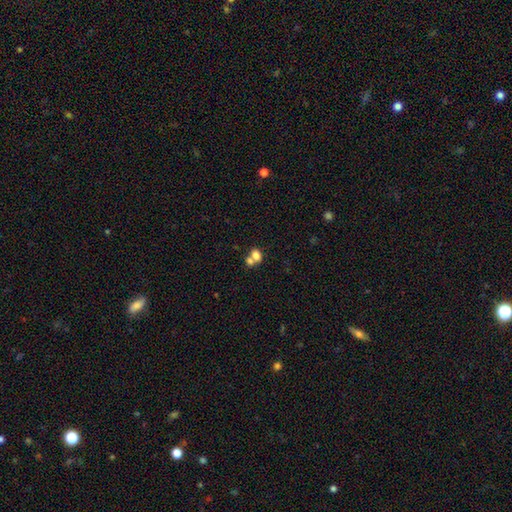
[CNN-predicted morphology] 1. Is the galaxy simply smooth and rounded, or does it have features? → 75% smooth, 14% featured or disk, 11% star or artifact.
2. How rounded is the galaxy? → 59% in between, 40% round, 1% cigar-shaped.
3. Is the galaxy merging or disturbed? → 57% merger, 32% none, 8% minor disturbance, 4% major disturbance.